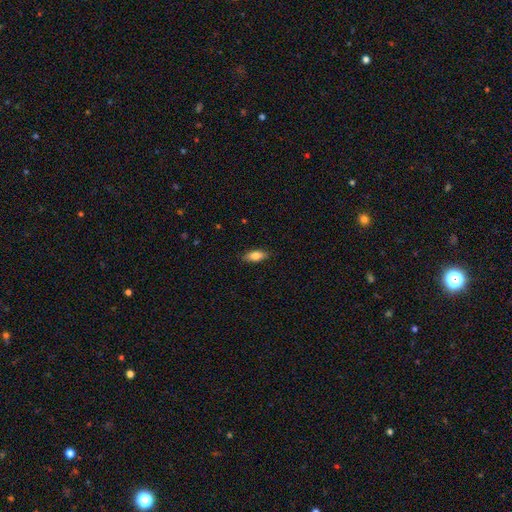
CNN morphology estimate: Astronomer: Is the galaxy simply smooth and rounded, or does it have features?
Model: smooth — 79%.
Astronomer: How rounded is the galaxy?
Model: in between — 78%.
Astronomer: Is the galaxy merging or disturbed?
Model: none — 86%.